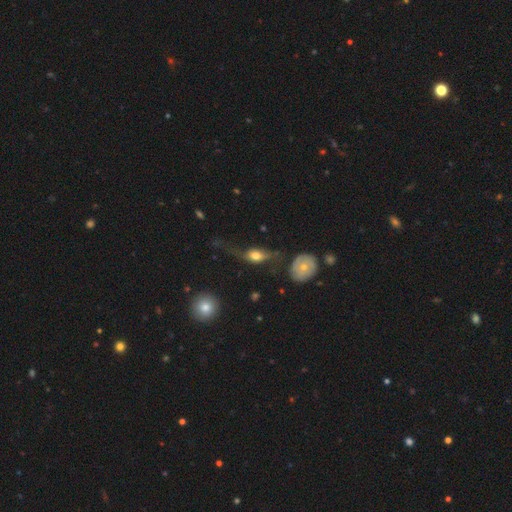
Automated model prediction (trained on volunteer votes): The model was most divided on "smooth or featured": smooth: 47%, featured or disk: 45%, star or artifact: 8%. Remaining: merging — major disturbance (41%).